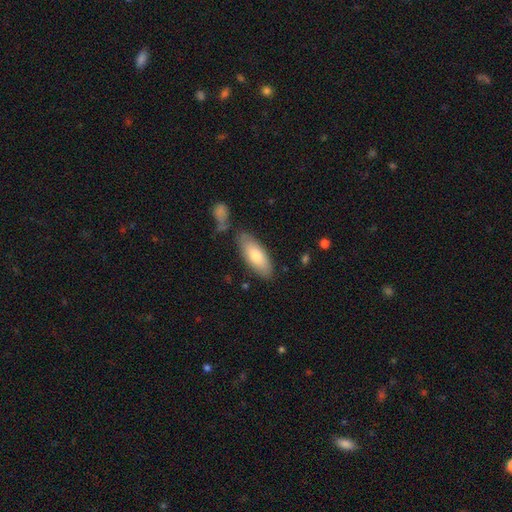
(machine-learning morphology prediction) Smooth or featured? smooth (74%)
How rounded? in between (78%)
Merging? none (75%)